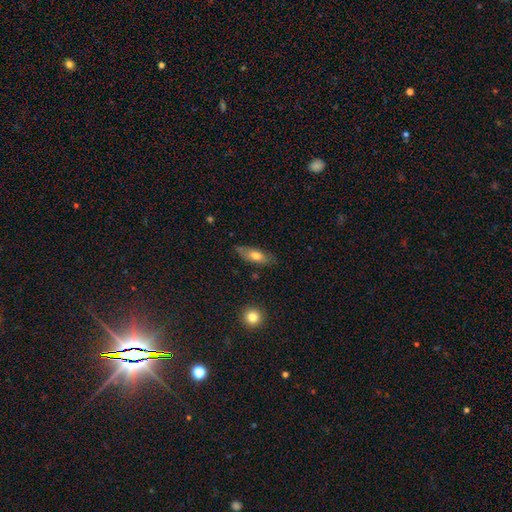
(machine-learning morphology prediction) Smooth or featured: smooth — 65% (featured or disk — 28%)
How rounded: in between — 73% (cigar-shaped — 24%)
Merging: none — 70% (minor disturbance — 23%)